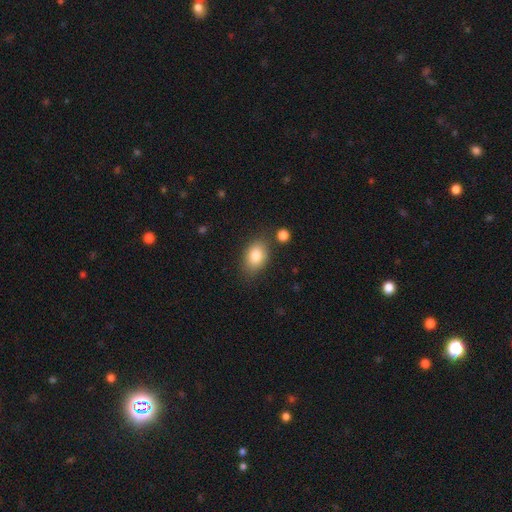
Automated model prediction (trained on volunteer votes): Smooth or featured: smooth — 82% (featured or disk — 10%)
How rounded: in between — 85% (round — 14%)
Merging: none — 77% (minor disturbance — 14%)